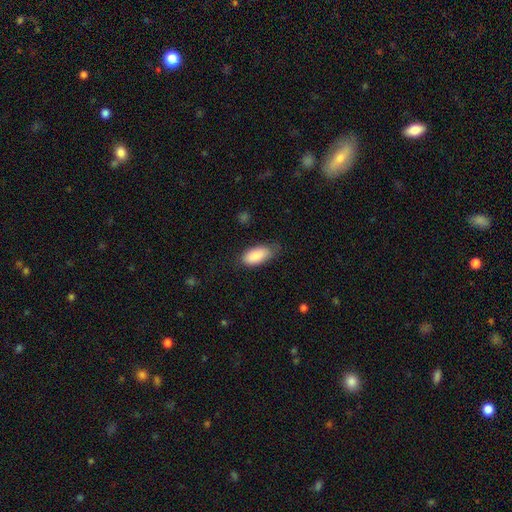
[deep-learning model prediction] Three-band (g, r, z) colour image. It shows a smooth galaxy with no disk features (87%) that is in between round and cigar-shaped (90%). Merging: none (65%).